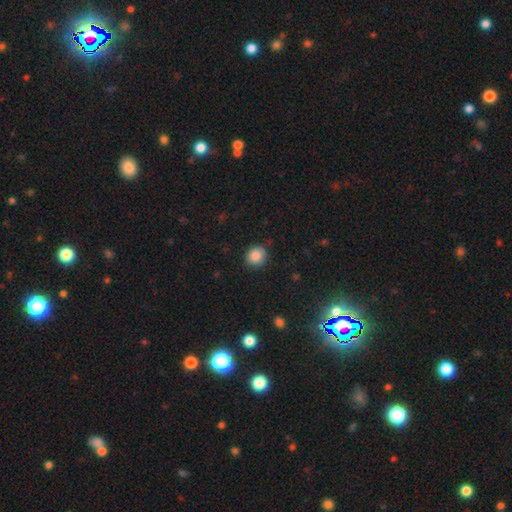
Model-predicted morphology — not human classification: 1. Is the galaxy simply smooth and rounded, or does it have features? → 86% smooth, 10% star or artifact, 4% featured or disk.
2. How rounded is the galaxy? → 78% round, 21% in between, 1% cigar-shaped.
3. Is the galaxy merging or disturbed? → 84% none, 12% minor disturbance, 3% major disturbance, 1% merger.